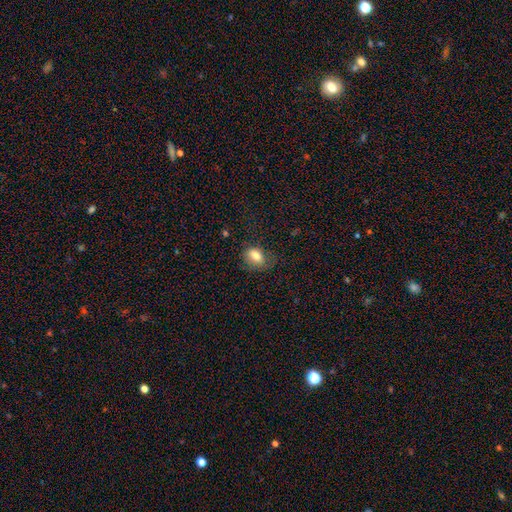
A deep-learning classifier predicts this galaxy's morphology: This appears to be a smooth galaxy with no disk features (79%) that is in between round and cigar-shaped (74%). Merging: none (58%).